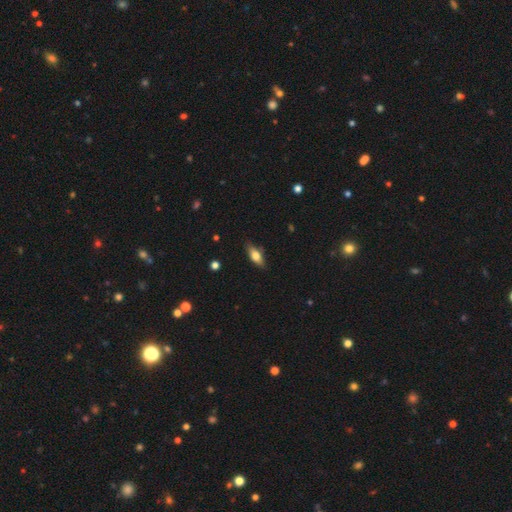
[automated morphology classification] A smooth galaxy with no disk features (65%) that is in between round and cigar-shaped (74%). Merging: none (80%).